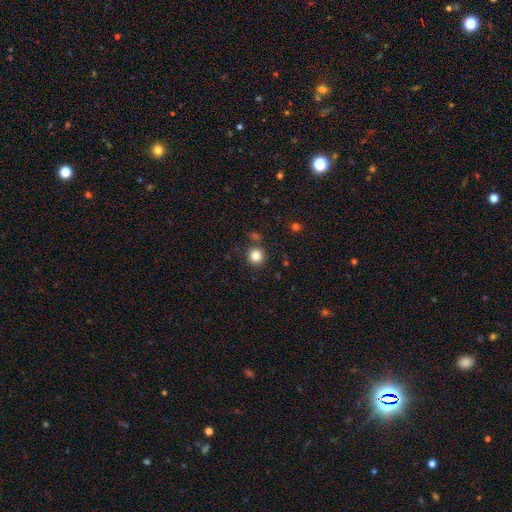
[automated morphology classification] smooth_or_featured: smooth (p=0.84) [alt: star or artifact p=0.11]
how_rounded: round (p=0.92) [alt: in between p=0.07]
merging: none (p=0.84) [alt: minor disturbance p=0.08]